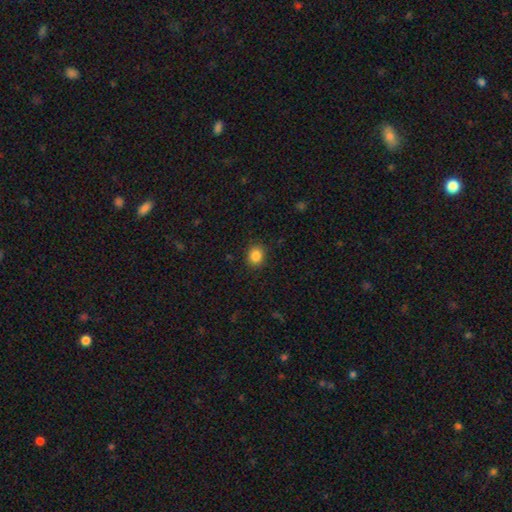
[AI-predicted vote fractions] This is clearly a smooth galaxy (86%). How rounded: likely round (73%). Merging: clearly none (89%).